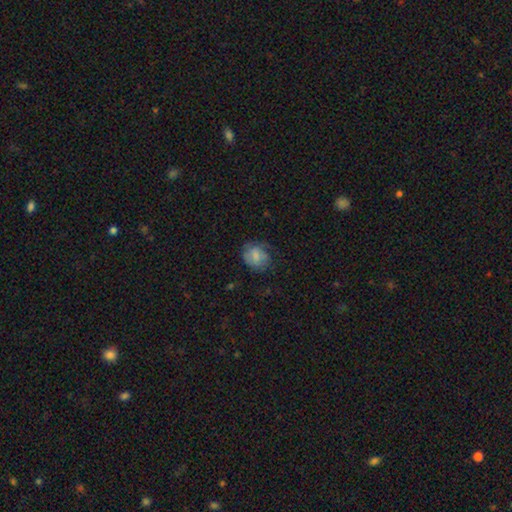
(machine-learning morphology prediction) type=smooth (70%); roundness=round (56%); merging=none (54%).